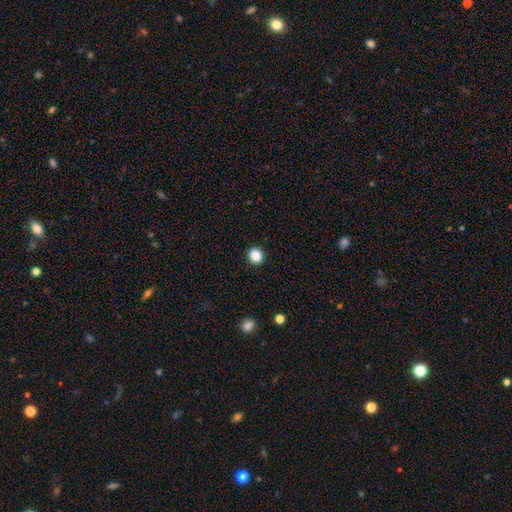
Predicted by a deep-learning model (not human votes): Overall: smooth (86%). How rounded: round (89%). Merging: none (93%).